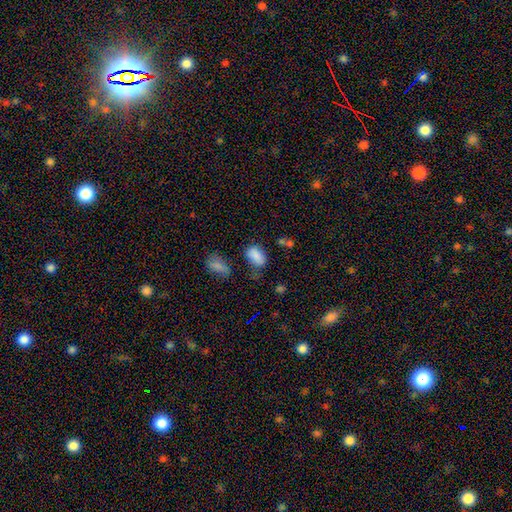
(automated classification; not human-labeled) Smooth or featured?
  - smooth: 84% *
  - star or artifact: 10%
  - featured or disk: 6%
How rounded?
  - in between: 89% *
  - round: 9%
  - cigar-shaped: 2%
Merging?
  - none: 54% *
  - minor disturbance: 27%
  - major disturbance: 11%
  - merger: 9%